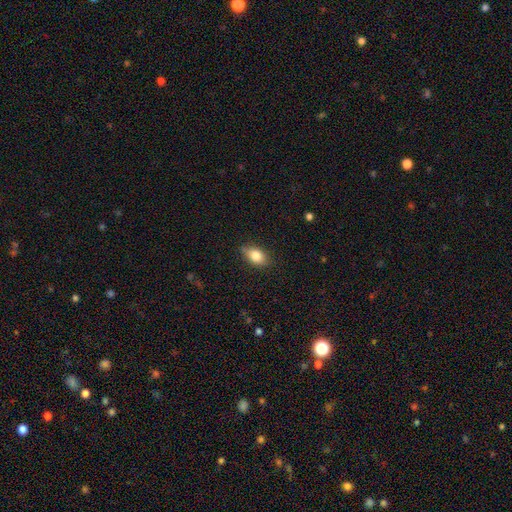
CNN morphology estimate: The model was most divided on "merging": none: 81%, minor disturbance: 16%, major disturbance: 3%, merger: 1%. More confident: how rounded — in between (86%); smooth or featured — smooth (83%).